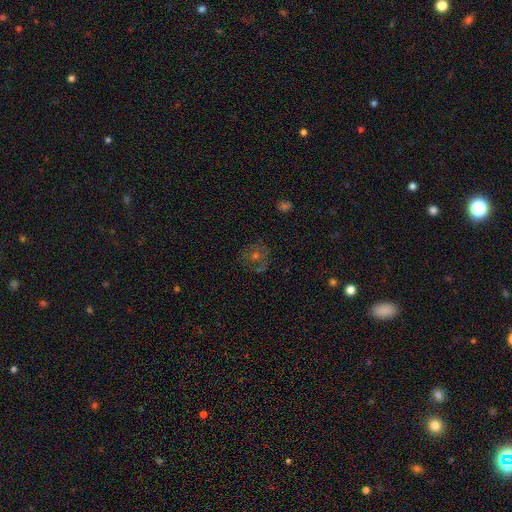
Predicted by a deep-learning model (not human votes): Overall: featured or disk (37%, tied with smooth). Merging: none (72%).